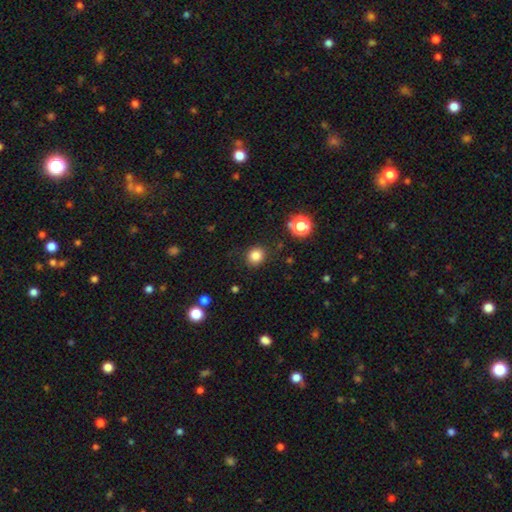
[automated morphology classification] This is clearly a smooth galaxy (83%). How rounded: clearly round (83%). Merging: clearly none (87%).